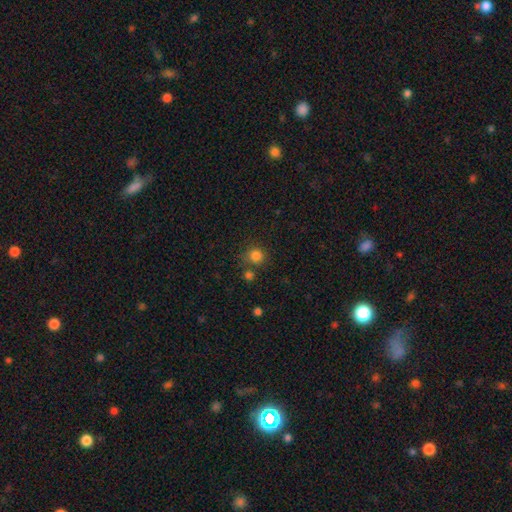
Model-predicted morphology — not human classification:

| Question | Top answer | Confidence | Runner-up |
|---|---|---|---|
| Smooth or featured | smooth | 81% | star or artifact (13%) |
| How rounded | round | 91% | in between (8%) |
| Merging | none | 72% | merger (13%) |